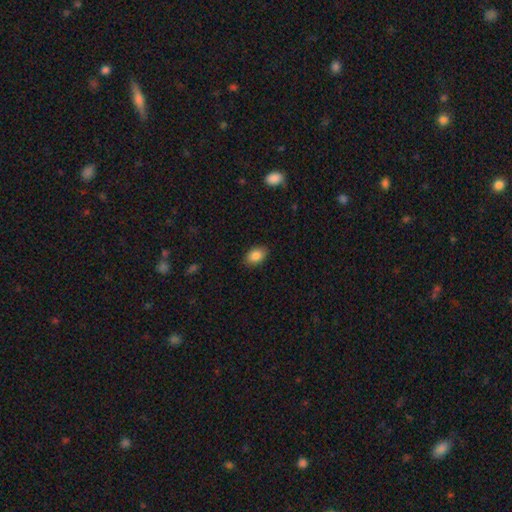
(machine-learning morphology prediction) Q: Smooth or featured?
A: smooth (85%); runner-up: star or artifact (8%)
Q: How rounded?
A: in between (87%); runner-up: round (12%)
Q: Merging?
A: none (87%); runner-up: minor disturbance (10%)